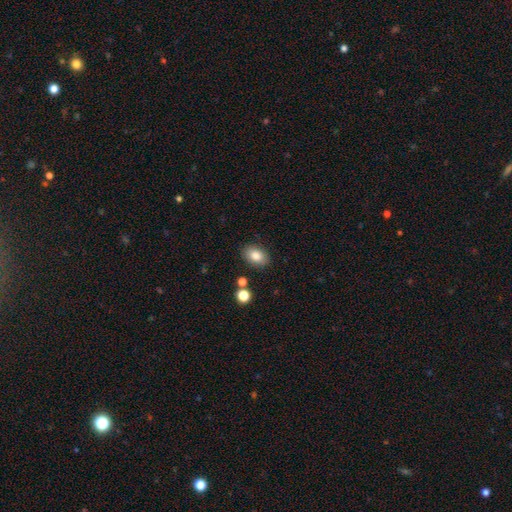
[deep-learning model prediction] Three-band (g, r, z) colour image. It shows a smooth galaxy with no disk features (84%) that is in between round and cigar-shaped (81%). Merging: none (86%).